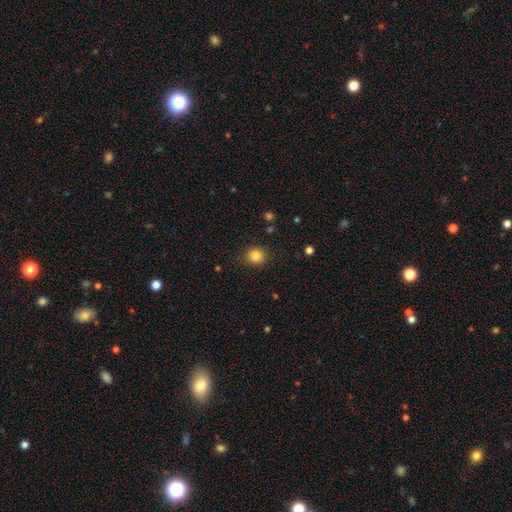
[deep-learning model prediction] smooth 84%, star or artifact 11%, featured or disk 5%. Down the decision tree: how rounded — round (76%); merging — none (86%).